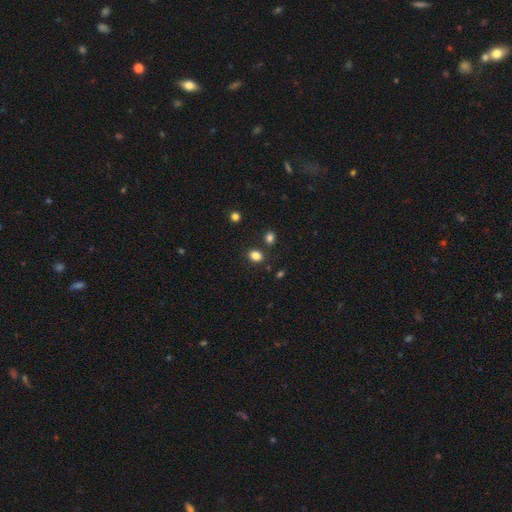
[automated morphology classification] smooth 83%, star or artifact 12%, featured or disk 5%. Down the decision tree: how rounded — in between (60%); merging — none (80%).